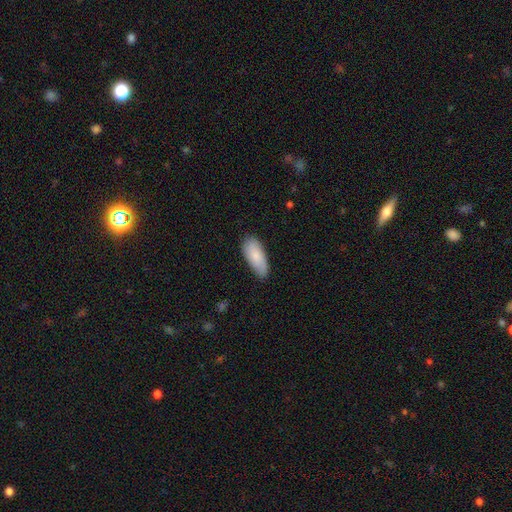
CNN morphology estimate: Smooth or featured: smooth — 82% (featured or disk — 12%)
How rounded: in between — 83% (cigar-shaped — 15%)
Merging: none — 75% (minor disturbance — 20%)